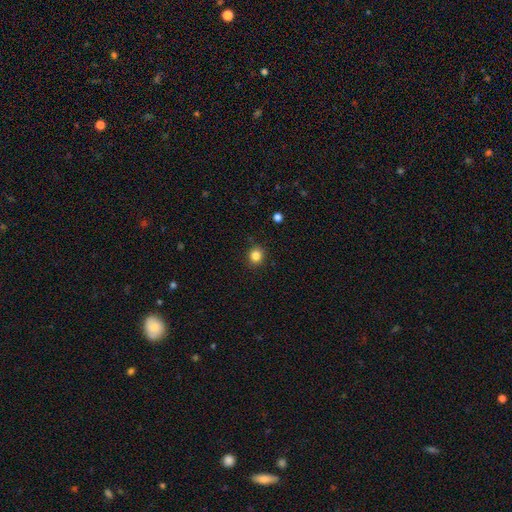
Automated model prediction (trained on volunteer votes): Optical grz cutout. It shows a smooth galaxy with no disk features (84%) that is round (81%). Merging: none (90%).